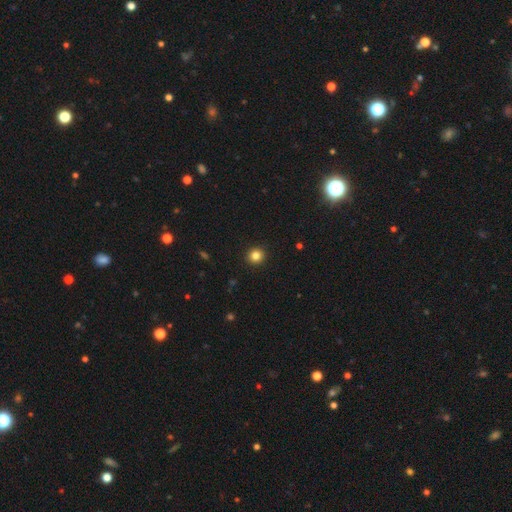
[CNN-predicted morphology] smooth-or-featured: smooth: 83% | star or artifact: 12% | featured or disk: 5%
  how-rounded: round: 93% | in between: 6% | cigar-shaped: 1%
  merging: none: 93% | minor disturbance: 4% | major disturbance: 2% | merger: 1%